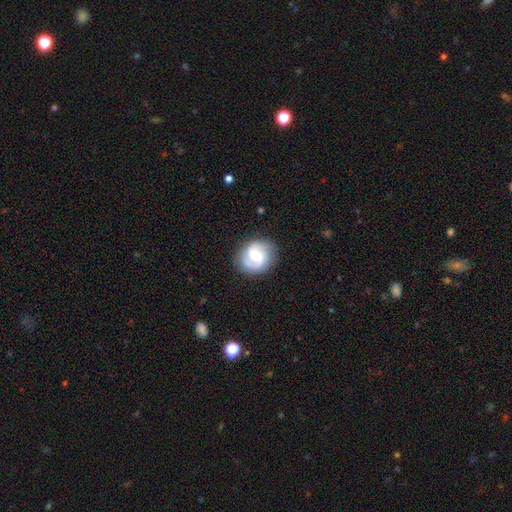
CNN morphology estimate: This appears to be a featured or disk galaxy (78%) with a weak bar (52%), 2 (87%) medium (49%) spiral arms (94%) and a moderate central bulge (60%). Merging: none (81%).